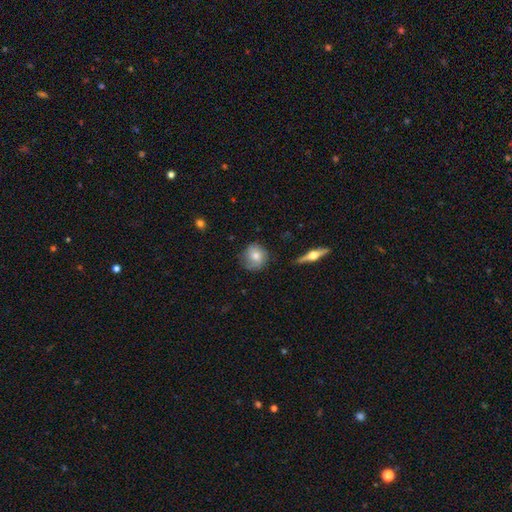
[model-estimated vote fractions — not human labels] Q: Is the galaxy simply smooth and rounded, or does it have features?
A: smooth — 63%.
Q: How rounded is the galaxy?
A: round — 83%.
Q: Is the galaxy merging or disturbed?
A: none — 71%.